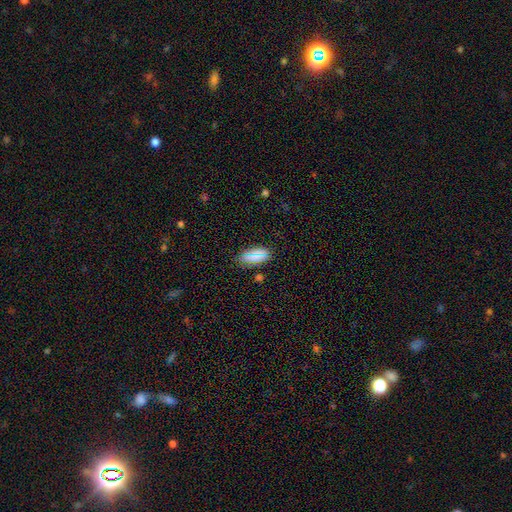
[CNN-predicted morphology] A smooth galaxy with no disk features (75%) that is in between round and cigar-shaped (90%).

Vote fractions:
- Smooth or featured? smooth: 75% / star or artifact: 17% / featured or disk: 8%
- How rounded? in between: 90% / cigar-shaped: 6% / round: 4%
- Merging? none: 84% / minor disturbance: 12% / major disturbance: 3% / merger: 2%